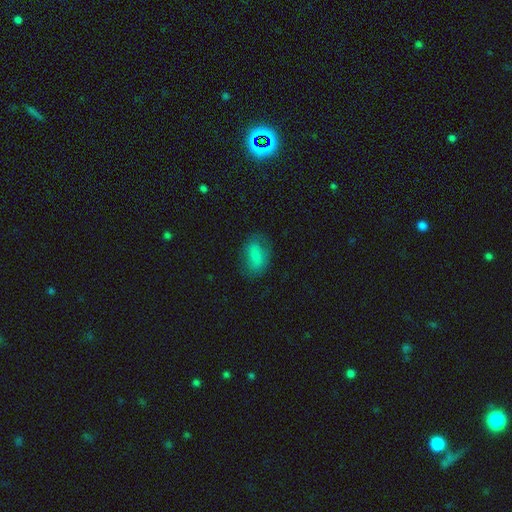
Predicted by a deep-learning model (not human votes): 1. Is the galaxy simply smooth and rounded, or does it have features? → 69% smooth, 22% featured or disk, 9% star or artifact.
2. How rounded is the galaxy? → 85% in between, 13% round, 2% cigar-shaped.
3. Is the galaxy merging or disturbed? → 70% none, 20% minor disturbance, 8% major disturbance, 1% merger.